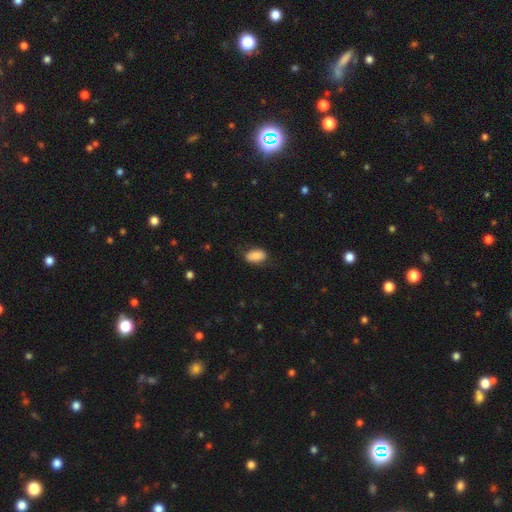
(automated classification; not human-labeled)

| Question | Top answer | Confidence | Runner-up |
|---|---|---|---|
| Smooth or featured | smooth | 87% | star or artifact (7%) |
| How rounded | in between | 92% | round (6%) |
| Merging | none | 77% | minor disturbance (17%) |